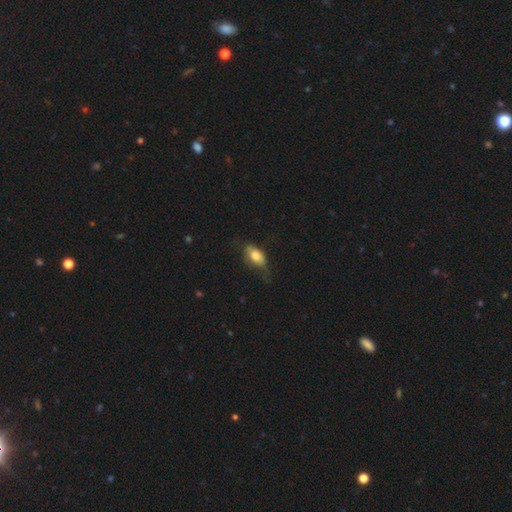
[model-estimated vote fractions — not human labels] Morphology: type=smooth (75%); roundness=in between (87%); merging=none (53%).